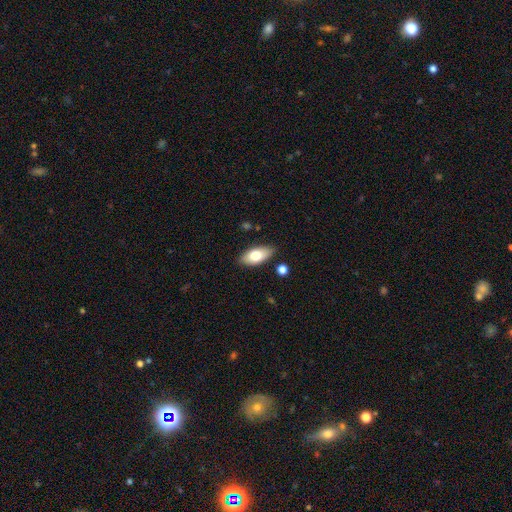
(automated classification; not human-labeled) smooth_or_featured: smooth (p=0.74) [alt: featured or disk p=0.19]
how_rounded: in between (p=0.90) [alt: cigar-shaped p=0.07]
merging: none (p=0.84) [alt: minor disturbance p=0.12]